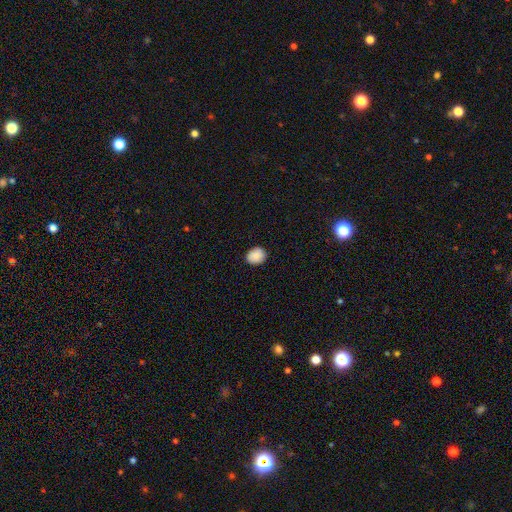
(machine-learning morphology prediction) This is clearly a smooth galaxy (89%). How rounded: possibly round (57%). Merging: clearly none (89%).